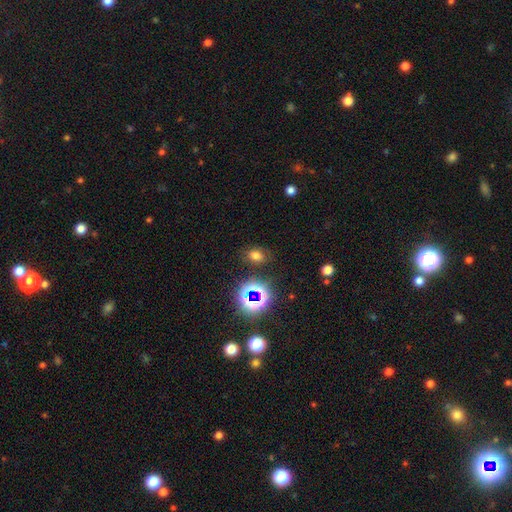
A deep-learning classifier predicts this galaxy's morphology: smooth 61%, star or artifact 29%, featured or disk 10%. Down the decision tree: how rounded — in between (67%); merging — none (78%).